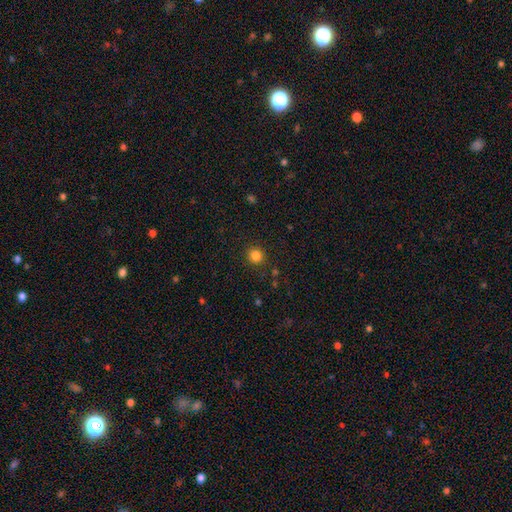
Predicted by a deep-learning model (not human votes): smooth-or-featured: smooth: 84% | star or artifact: 12% | featured or disk: 4%
  how-rounded: round: 90% | in between: 9% | cigar-shaped: 1%
  merging: none: 90% | minor disturbance: 6% | major disturbance: 2% | merger: 2%